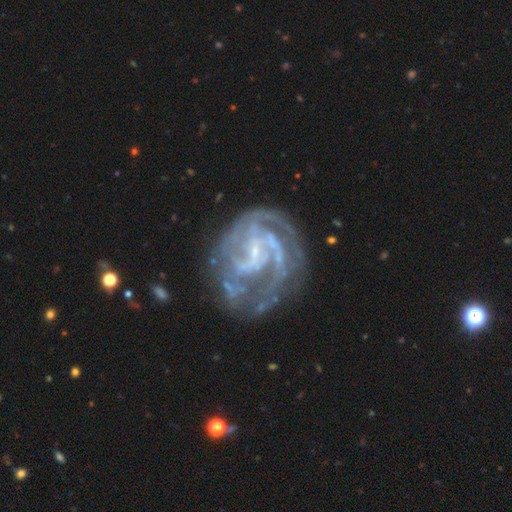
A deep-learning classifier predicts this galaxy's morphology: Smooth or featured: featured or disk — 88% (star or artifact — 7%)
Edge-on disk: no — 98% (yes — 2%)
Bar: weak — 45% (no — 33%)
Spiral arms: yes — 95% (no — 5%)
Spiral winding: tight — 55% (medium — 37%)
Spiral arm count: 2 — 29% (3 — 26%)
Bulge size: small — 66% (none — 22%)
Merging: none — 61% (minor disturbance — 20%)